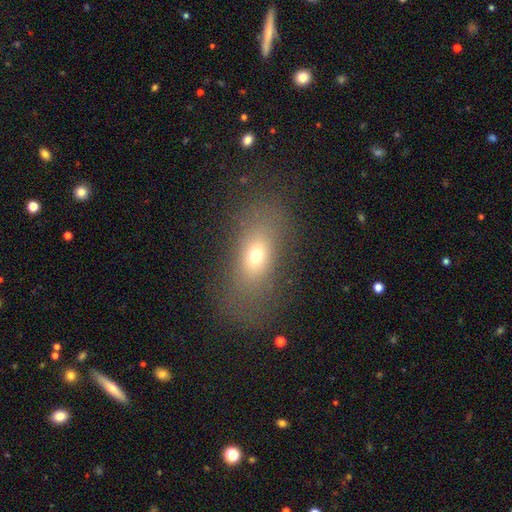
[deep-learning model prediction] Smooth or featured? smooth (65%)
How rounded? in between (76%)
Merging? none (72%)